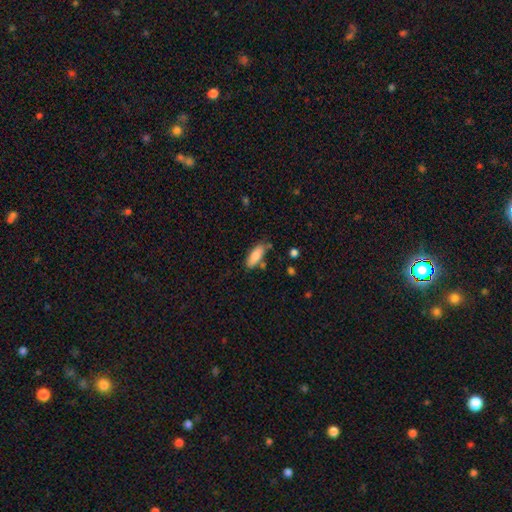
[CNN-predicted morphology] Smooth or featured: smooth — 84% (featured or disk — 9%)
How rounded: in between — 67% (cigar-shaped — 31%)
Merging: none — 73% (minor disturbance — 17%)